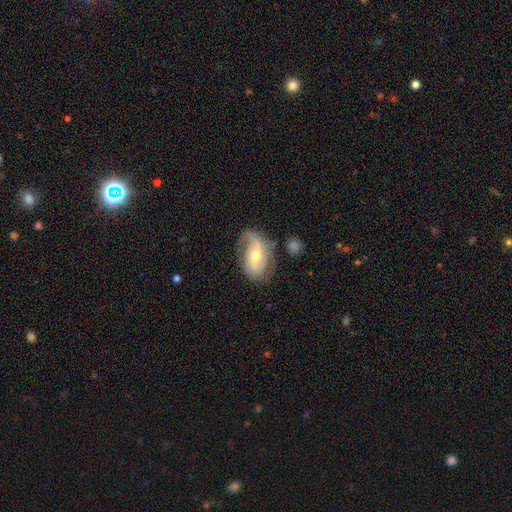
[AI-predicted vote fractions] Smooth or featured? featured or disk (71%)
Edge-on disk? no (95%)
Bar? no (50%)
Spiral arms? yes (87%)
Spiral winding? medium (40%)
Spiral arm count? 2 (66%)
Bulge size? moderate (64%)
Merging? none (57%)